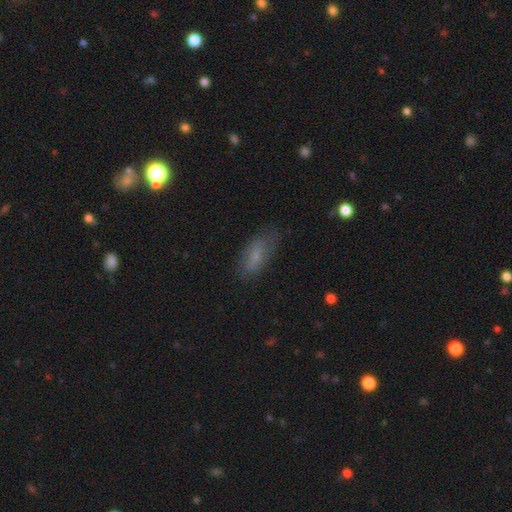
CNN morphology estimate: A smooth galaxy with no disk features (61%) that is in between round and cigar-shaped (79%).

Vote fractions:
- Smooth or featured? smooth: 61% / featured or disk: 29% / star or artifact: 10%
- How rounded? in between: 79% / cigar-shaped: 18% / round: 4%
- Merging? none: 70% / minor disturbance: 21% / major disturbance: 7% / merger: 2%